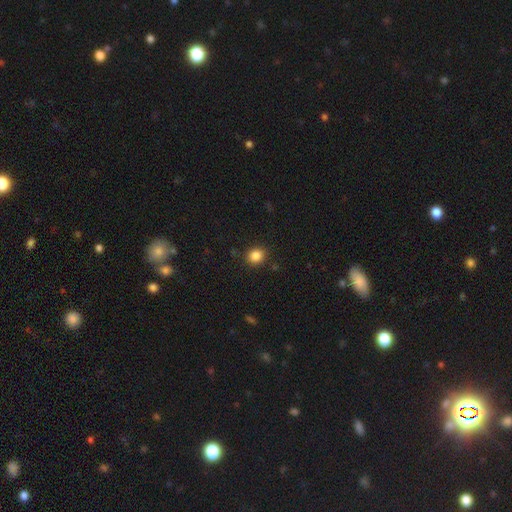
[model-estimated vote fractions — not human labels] smooth-or-featured: smooth: 85% | star or artifact: 11% | featured or disk: 4%
  how-rounded: round: 74% | in between: 25% | cigar-shaped: 1%
  merging: none: 89% | minor disturbance: 7% | major disturbance: 2% | merger: 1%